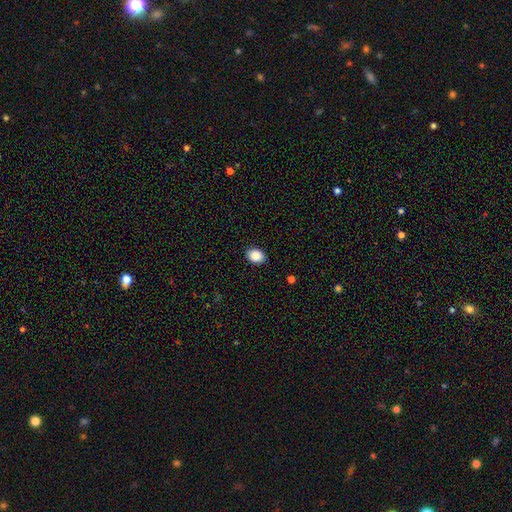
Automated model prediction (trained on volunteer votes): This appears to be a smooth galaxy with no disk features (89%) that is in between round and cigar-shaped (72%). Merging: none (89%).